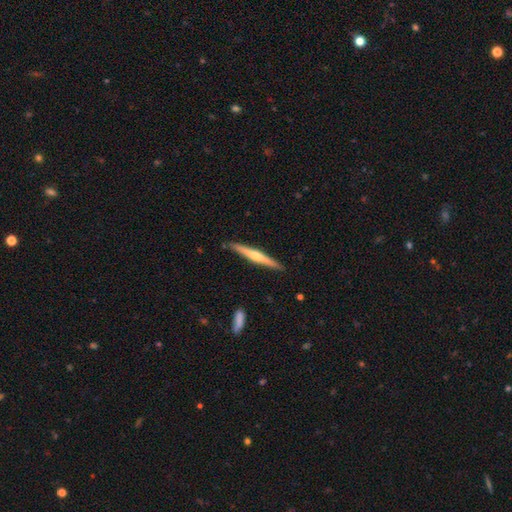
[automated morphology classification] Overall: featured or disk (58%; smooth 37%). Edge-on disk: yes (97%). Edge-on bulge: rounded (62%; none 28%). Merging: none (89%).